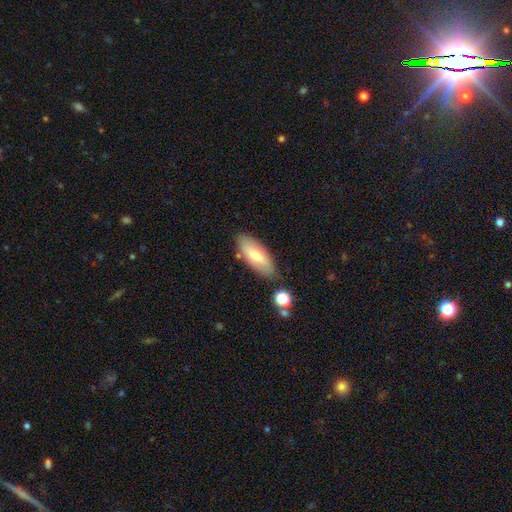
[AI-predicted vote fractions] Morphology: type=smooth (66%); roundness=in between (79%); merging=none (80%).